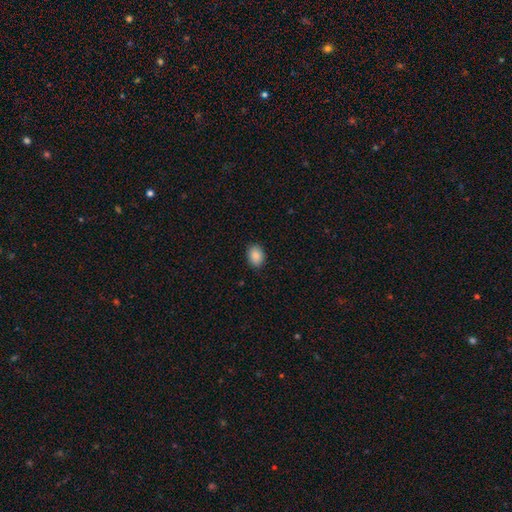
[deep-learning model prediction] This appears to be a smooth galaxy with no disk features (88%) that is in between round and cigar-shaped (67%). Merging: none (88%).